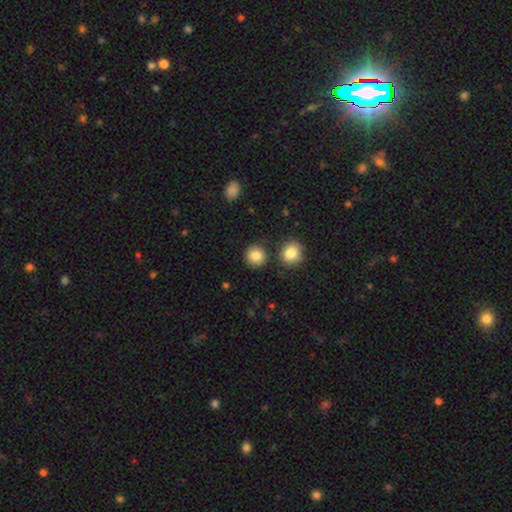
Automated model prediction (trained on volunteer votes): Smooth or featured? Predicted: smooth (p=0.86). How rounded? Predicted: round (p=0.90). Merging? Predicted: none (p=0.84).